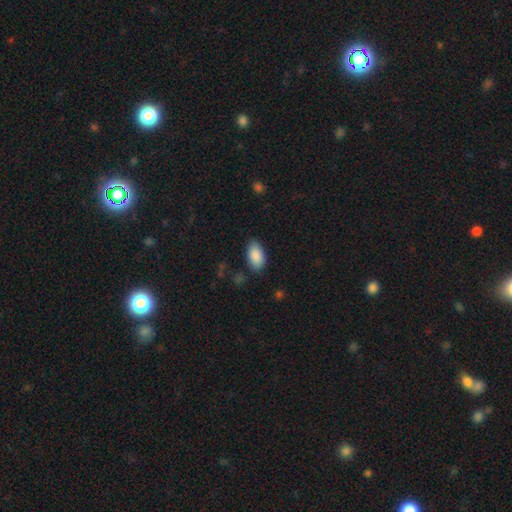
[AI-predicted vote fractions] This appears to be a smooth galaxy with no disk features (90%) that is in between round and cigar-shaped (95%). Merging: none (82%).